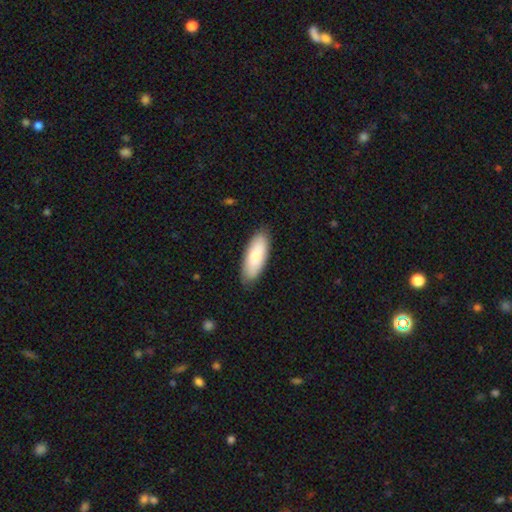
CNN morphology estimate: This is likely a smooth galaxy (79%). How rounded: likely in between (75%). Merging: clearly none (85%).